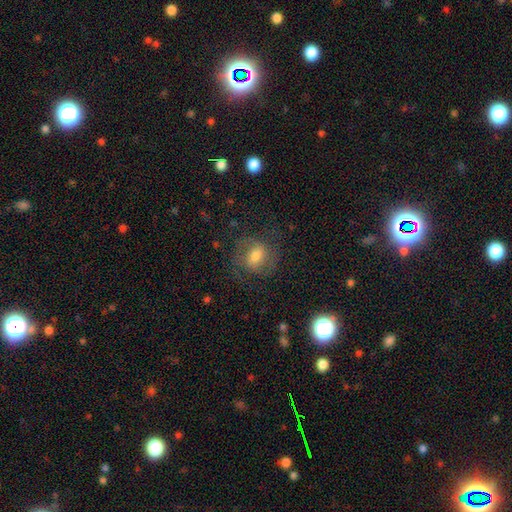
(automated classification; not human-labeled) A featured or disk galaxy (51%).

Vote fractions:
- Smooth or featured? featured or disk: 51% / smooth: 37% / star or artifact: 12%
- Edge-on disk? no: 96% / yes: 4%
- Merging? none: 70% / minor disturbance: 16% / major disturbance: 13% / merger: 1%